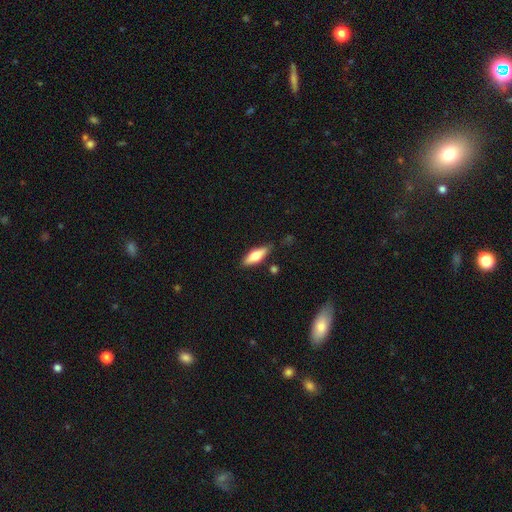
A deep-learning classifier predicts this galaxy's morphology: smooth_or_featured: smooth (p=0.62) [alt: featured or disk p=0.32]
how_rounded: in between (p=0.57) [alt: cigar-shaped p=0.40]
merging: none (p=0.78) [alt: minor disturbance p=0.15]